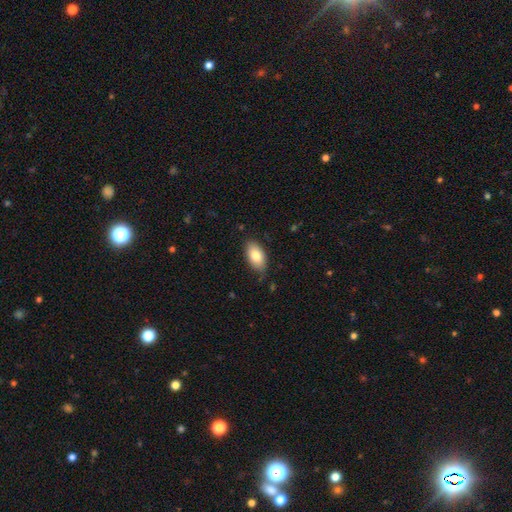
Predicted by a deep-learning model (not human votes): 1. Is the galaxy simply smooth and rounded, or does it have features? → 83% smooth, 10% featured or disk, 6% star or artifact.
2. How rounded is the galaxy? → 94% in between, 3% round, 3% cigar-shaped.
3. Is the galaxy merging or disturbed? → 80% none, 16% minor disturbance, 3% major disturbance, 1% merger.